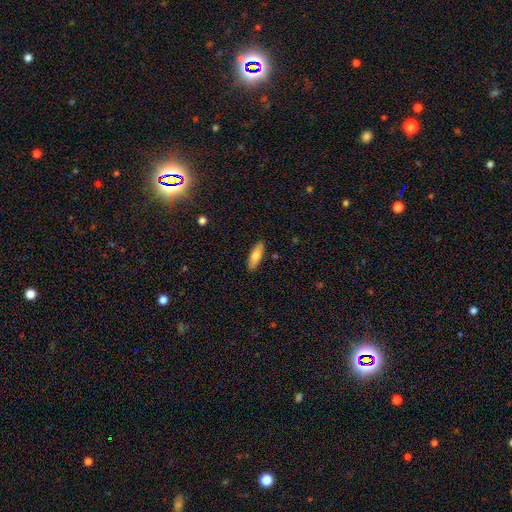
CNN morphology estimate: This appears to be a smooth galaxy with no disk features (78%) that is in between round and cigar-shaped (64%). Merging: none (88%).